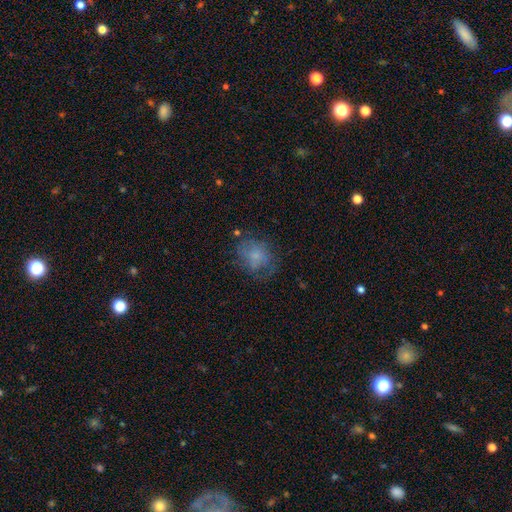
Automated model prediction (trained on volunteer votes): Morphology: type=smooth (63%); roundness=round (60%); merging=none (55%).